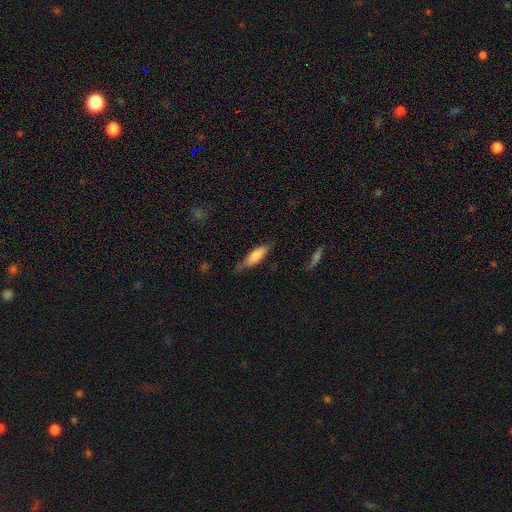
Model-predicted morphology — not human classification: This is likely a smooth galaxy (72%). How rounded: possibly in between (54%). Merging: likely none (64%).